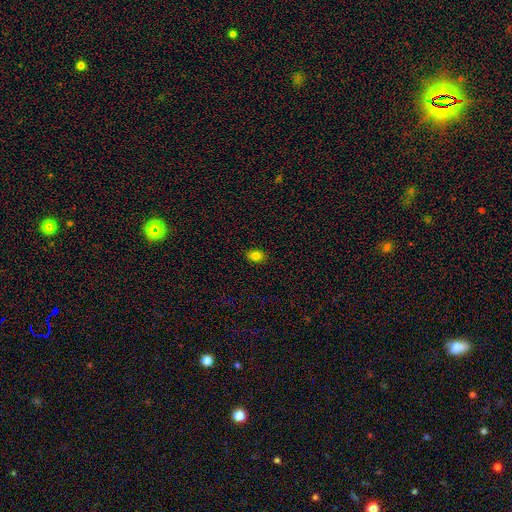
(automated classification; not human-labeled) smooth-or-featured: smooth: 81% | star or artifact: 12% | featured or disk: 6%
  how-rounded: in between: 72% | round: 26% | cigar-shaped: 1%
  merging: none: 88% | minor disturbance: 9% | major disturbance: 2% | merger: 1%